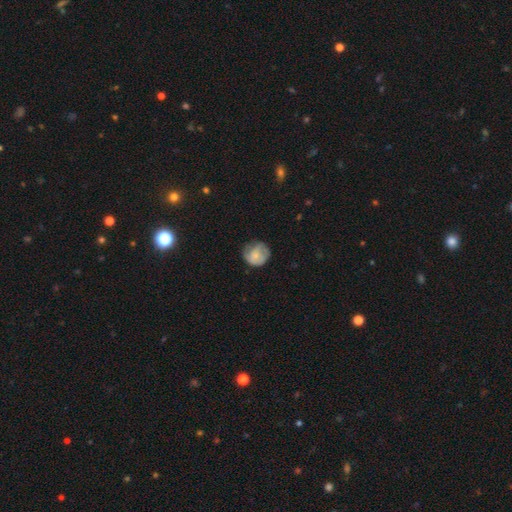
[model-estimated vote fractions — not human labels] A smooth galaxy with no disk features (68%) that is round (86%). Merging: none (60%).